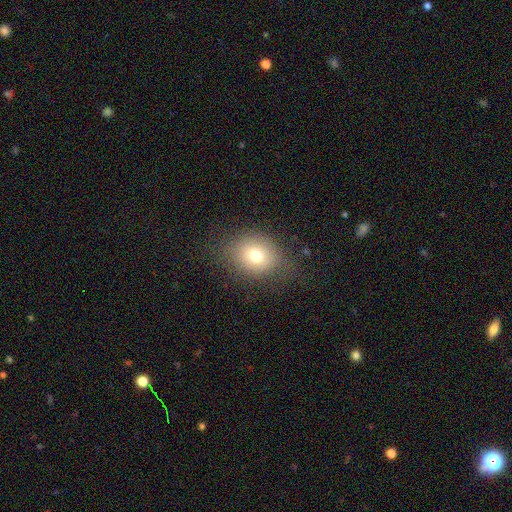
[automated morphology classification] smooth_or_featured: smooth (p=0.72) [alt: featured or disk p=0.14]
how_rounded: round (p=0.59) [alt: in between p=0.40]
merging: none (p=0.74) [alt: minor disturbance p=0.17]